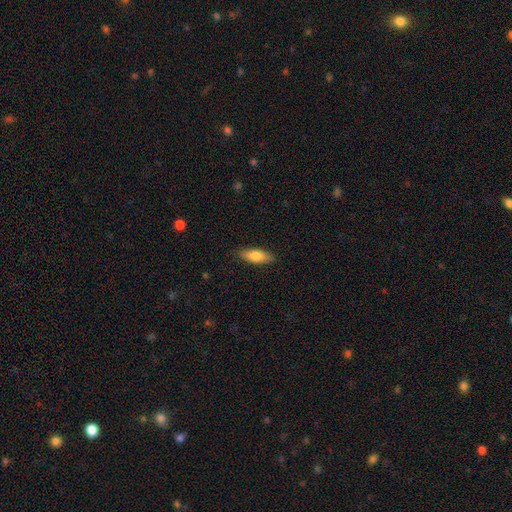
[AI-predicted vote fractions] Smooth or featured: smooth — 78% (featured or disk — 17%)
How rounded: in between — 65% (cigar-shaped — 33%)
Merging: none — 88% (minor disturbance — 9%)